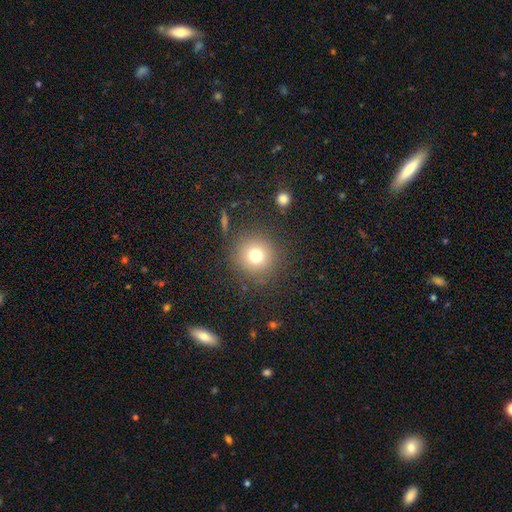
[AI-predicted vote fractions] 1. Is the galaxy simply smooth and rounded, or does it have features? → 75% smooth, 15% star or artifact, 11% featured or disk.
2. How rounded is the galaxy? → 94% round, 5% in between, 1% cigar-shaped.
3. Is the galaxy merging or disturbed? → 86% none, 7% minor disturbance, 4% major disturbance, 2% merger.